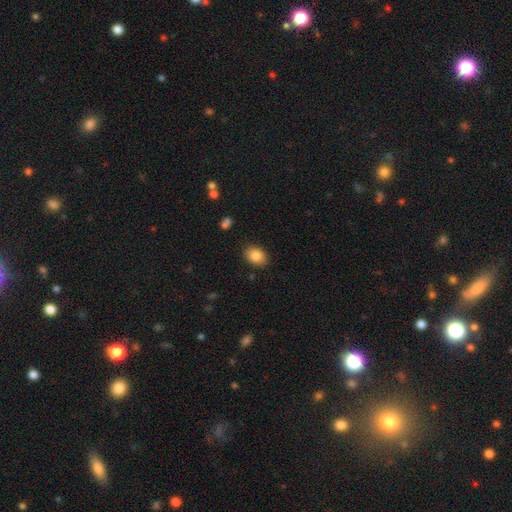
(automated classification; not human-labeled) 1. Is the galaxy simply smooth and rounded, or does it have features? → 85% smooth, 8% star or artifact, 6% featured or disk.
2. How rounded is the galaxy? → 70% in between, 29% round, 1% cigar-shaped.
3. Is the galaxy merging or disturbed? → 87% none, 9% minor disturbance, 2% major disturbance, 1% merger.